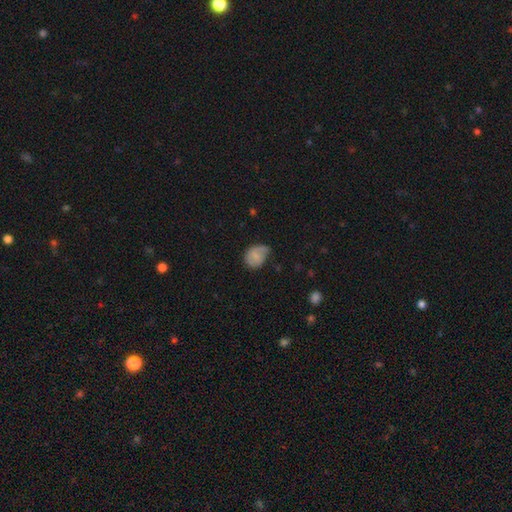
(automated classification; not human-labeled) Q: Smooth or featured?
A: smooth (66%); runner-up: featured or disk (26%)
Q: How rounded?
A: in between (54%); runner-up: round (45%)
Q: Merging?
A: minor disturbance (43%); runner-up: none (39%)